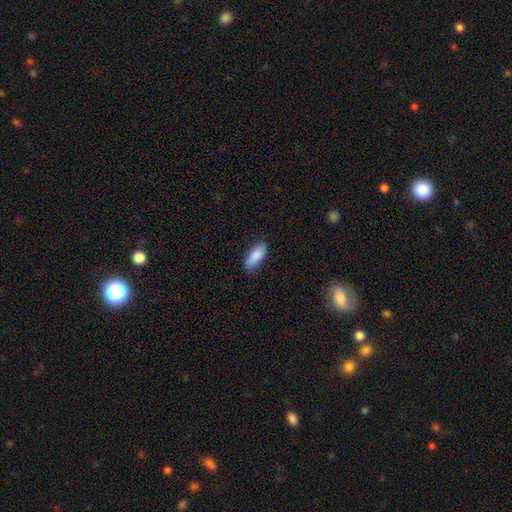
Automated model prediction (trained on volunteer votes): A smooth galaxy with no disk features (88%) that is in between round and cigar-shaped (81%). Merging: none (83%).